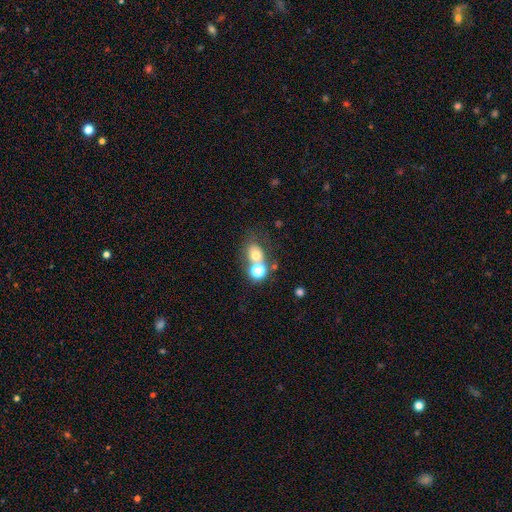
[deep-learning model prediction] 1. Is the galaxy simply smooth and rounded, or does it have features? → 67% smooth, 17% featured or disk, 16% star or artifact.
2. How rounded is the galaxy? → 57% round, 42% in between, 1% cigar-shaped.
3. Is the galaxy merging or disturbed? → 44% merger, 40% none, 9% minor disturbance, 6% major disturbance.